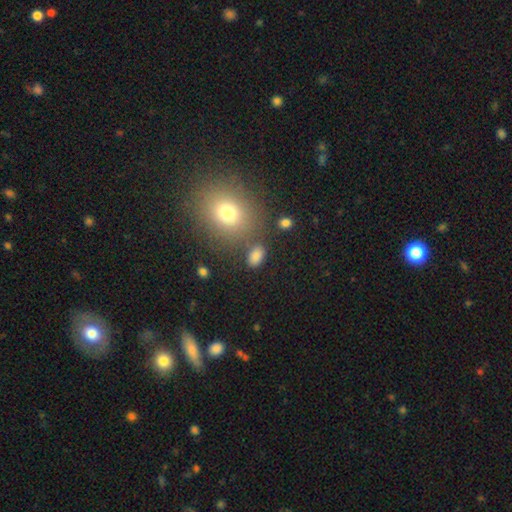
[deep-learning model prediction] Q: Smooth or featured?
A: smooth (82%); runner-up: star or artifact (12%)
Q: How rounded?
A: in between (84%); runner-up: round (14%)
Q: Merging?
A: none (73%); runner-up: minor disturbance (14%)